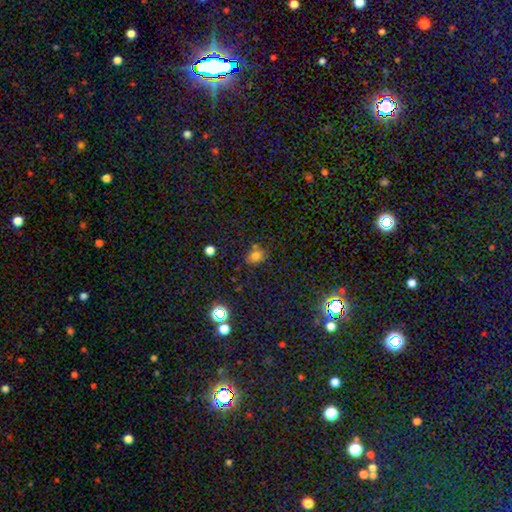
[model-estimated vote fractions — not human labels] smooth_or_featured: smooth (p=0.73) [alt: star or artifact p=0.18]
how_rounded: in between (p=0.54) [alt: round p=0.45]
merging: none (p=0.70) [alt: minor disturbance p=0.16]